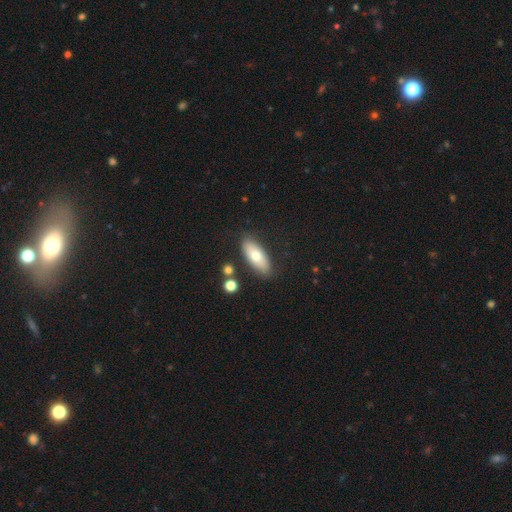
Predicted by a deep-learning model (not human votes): smooth 67%, featured or disk 26%, star or artifact 7%. Down the decision tree: how rounded — in between (77%); merging — none (83%).